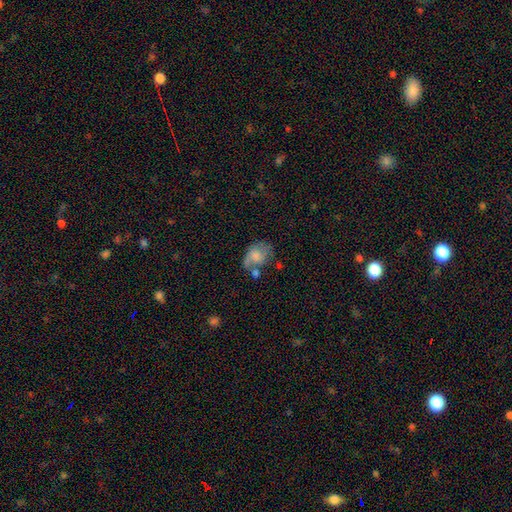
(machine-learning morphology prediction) This appears to be a smooth galaxy with no disk features (50%). Merging: none (32%).